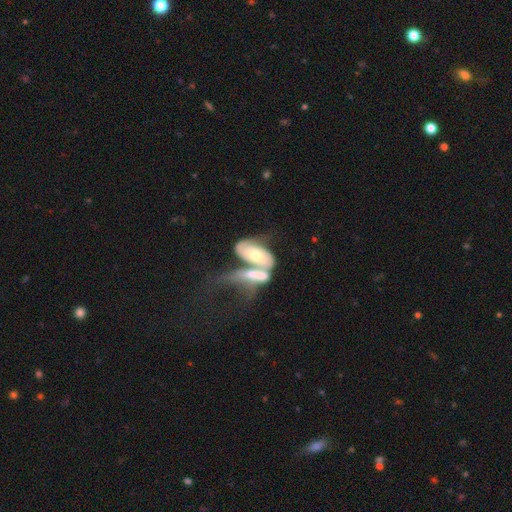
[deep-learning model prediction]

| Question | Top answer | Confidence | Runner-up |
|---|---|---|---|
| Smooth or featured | featured or disk | 66% | smooth (26%) |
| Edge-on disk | no | 87% | yes (13%) |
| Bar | no | 61% | weak (25%) |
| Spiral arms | yes | 68% | no (32%) |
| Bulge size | moderate | 55% | small (35%) |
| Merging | merger | 70% | major disturbance (12%) |